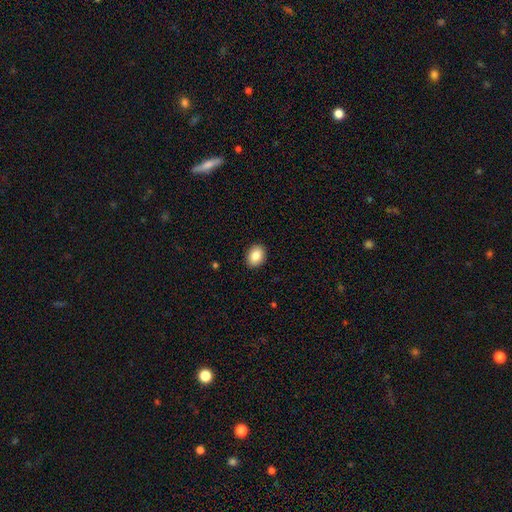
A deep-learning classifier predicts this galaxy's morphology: Smooth or featured? Predicted: smooth (p=0.85). How rounded? Predicted: in between (p=0.66). Merging? Predicted: none (p=0.91).